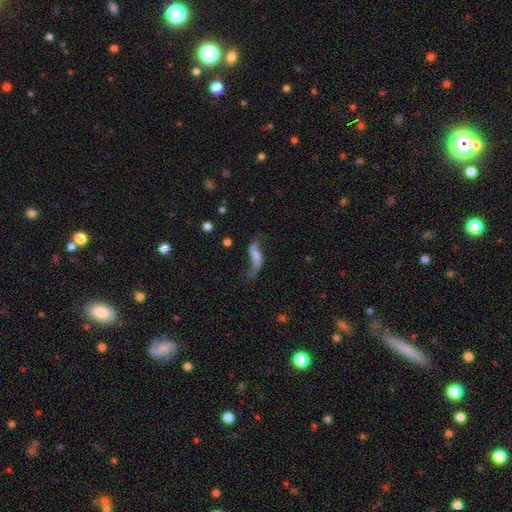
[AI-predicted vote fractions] Morphology: type=featured or disk (59%); edge-on=no (86%); bar=no (48%); spiral arms=yes (83%); bulge=none (39%); merging=none (44%).